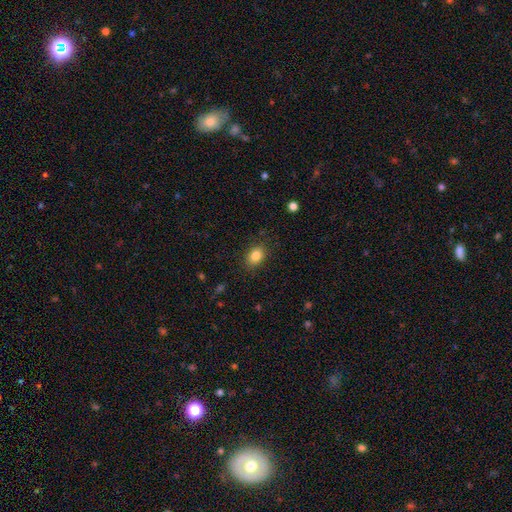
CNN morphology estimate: Q: Smooth or featured?
A: smooth (84%); runner-up: star or artifact (10%)
Q: How rounded?
A: in between (73%); runner-up: round (26%)
Q: Merging?
A: none (85%); runner-up: minor disturbance (11%)